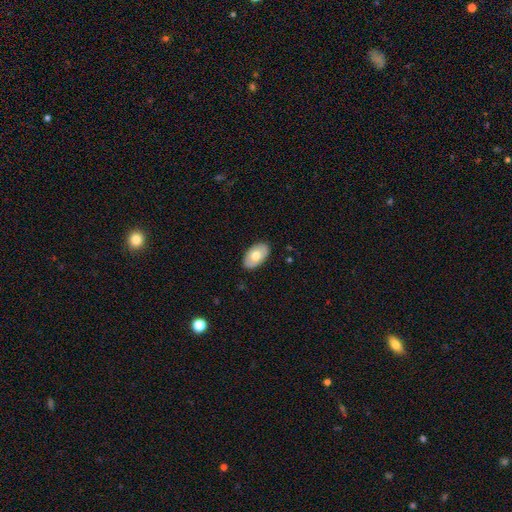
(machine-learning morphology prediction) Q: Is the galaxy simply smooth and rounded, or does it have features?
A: smooth — 64%.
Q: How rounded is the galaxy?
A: in between — 93%.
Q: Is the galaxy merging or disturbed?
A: none — 87%.